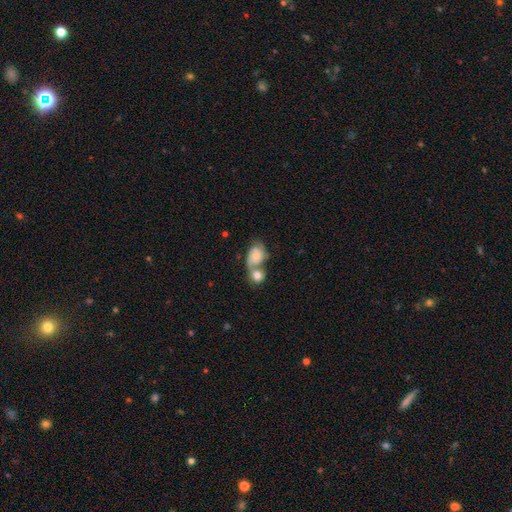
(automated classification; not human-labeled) Smooth or featured? smooth (46%, tied with featured or disk)
Merging? merger (60%)